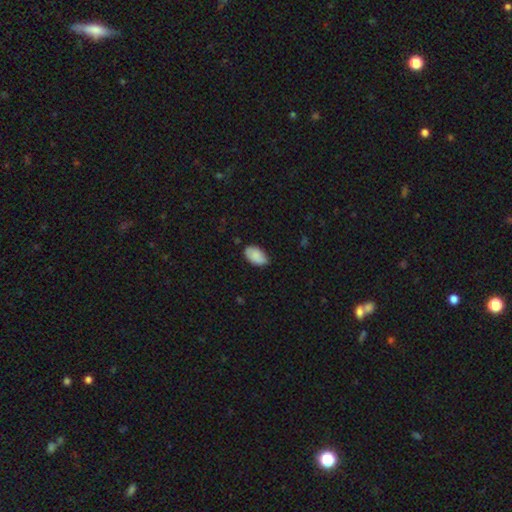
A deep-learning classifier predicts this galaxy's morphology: smooth_or_featured: smooth (p=0.85) [alt: featured or disk p=0.08]
how_rounded: in between (p=0.94) [alt: round p=0.05]
merging: none (p=0.71) [alt: minor disturbance p=0.24]